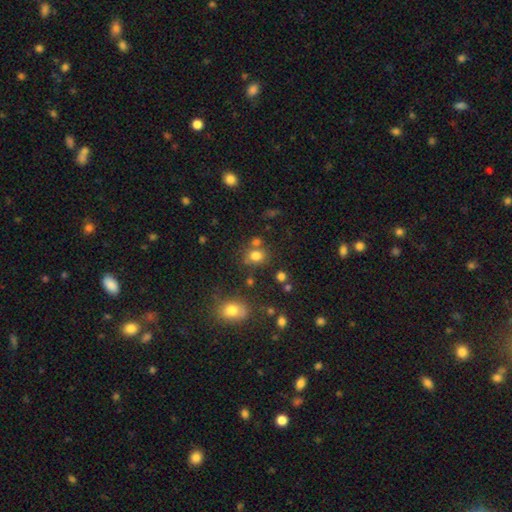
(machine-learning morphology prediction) smooth_or_featured: smooth (p=0.77) [alt: star or artifact p=0.15]
how_rounded: round (p=0.69) [alt: in between p=0.30]
merging: none (p=0.65) [alt: merger p=0.18]